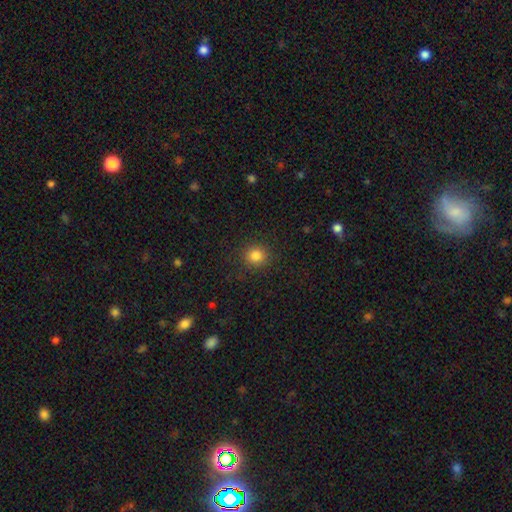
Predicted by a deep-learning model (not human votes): This is clearly a smooth galaxy (83%). How rounded: clearly round (89%). Merging: clearly none (89%).